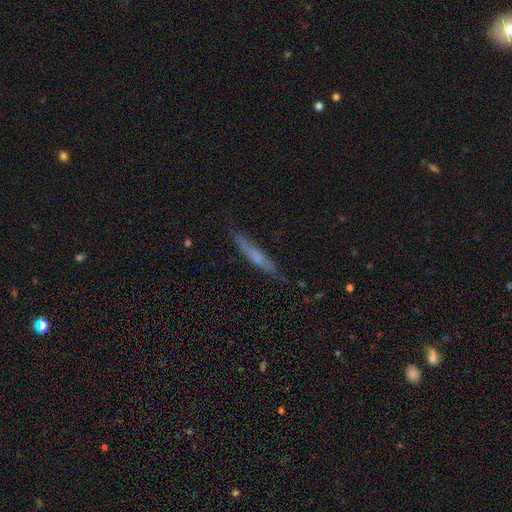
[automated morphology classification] A smooth galaxy with no disk features (48%).

Vote fractions:
- Smooth or featured? smooth: 48% / featured or disk: 44% / star or artifact: 8%
- Merging? none: 77% / minor disturbance: 18% / major disturbance: 4% / merger: 2%